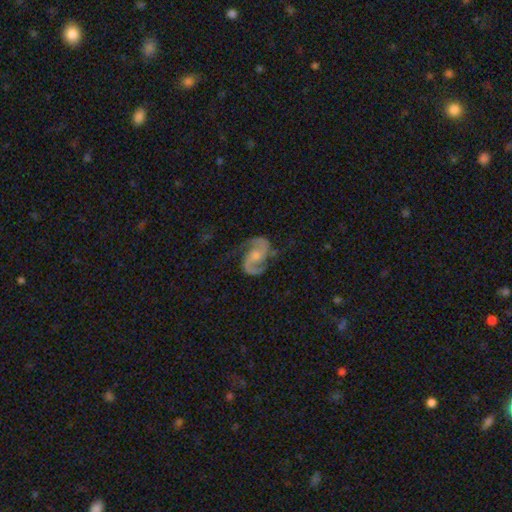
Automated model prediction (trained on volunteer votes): Q: Smooth or featured?
A: featured or disk (91%); runner-up: smooth (5%)
Q: Edge-on disk?
A: no (98%); runner-up: yes (2%)
Q: Bar?
A: no (55%); runner-up: weak (36%)
Q: Spiral arms?
A: yes (98%); runner-up: no (2%)
Q: Spiral winding?
A: medium (56%); runner-up: loose (30%)
Q: Spiral arm count?
A: 2 (94%); runner-up: can't tell (2%)
Q: Bulge size?
A: moderate (47%); runner-up: small (38%)
Q: Merging?
A: none (74%); runner-up: minor disturbance (16%)